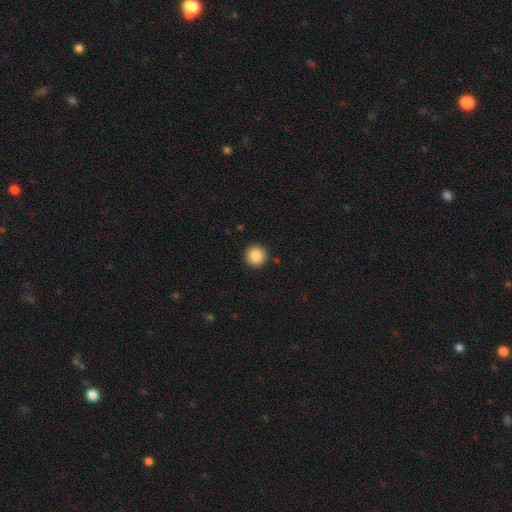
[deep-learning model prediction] smooth-or-featured: smooth: 87% | star or artifact: 9% | featured or disk: 4%
  how-rounded: round: 96% | in between: 3% | cigar-shaped: 1%
  merging: none: 92% | minor disturbance: 5% | major disturbance: 2% | merger: 1%